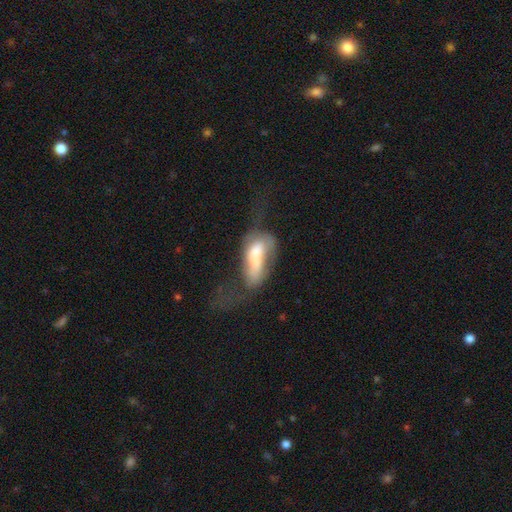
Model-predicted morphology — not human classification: This is possibly a smooth galaxy (56%). How rounded: likely in between (77%). Merging: possibly major disturbance (55%).